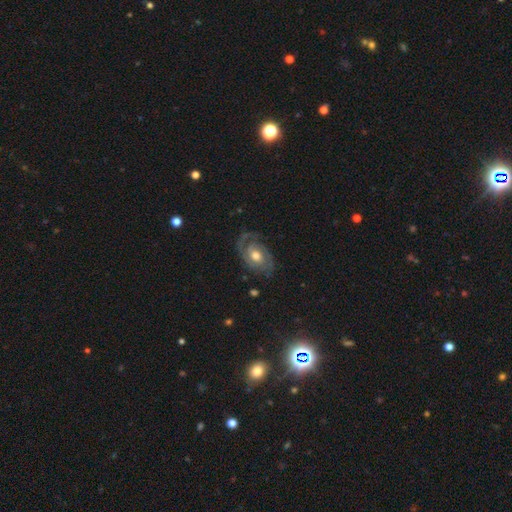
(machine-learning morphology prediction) Overall: featured or disk (82%). Edge-on disk: no (96%). Bar: no (67%; weak 28%). Spiral arms: yes (93%). Spiral arm count: 2 (69%). Spiral winding: tight (53%; medium 35%). Bulge size: moderate (74%). Merging: none (70%).